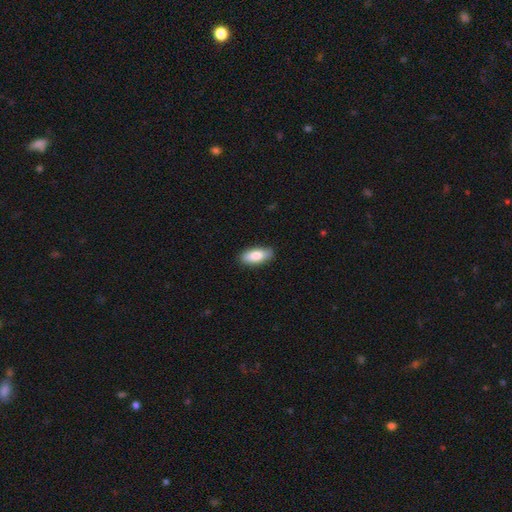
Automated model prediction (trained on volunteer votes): Smooth or featured: smooth — 86% (featured or disk — 8%)
How rounded: in between — 85% (cigar-shaped — 13%)
Merging: none — 86% (minor disturbance — 11%)